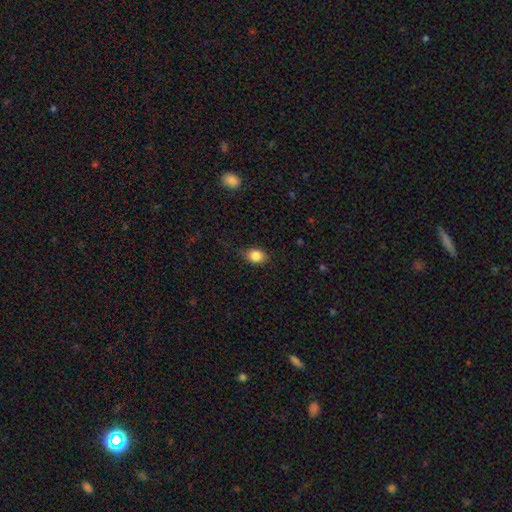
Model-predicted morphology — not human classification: This is clearly a smooth galaxy (85%). How rounded: likely in between (67%). Merging: likely none (79%).